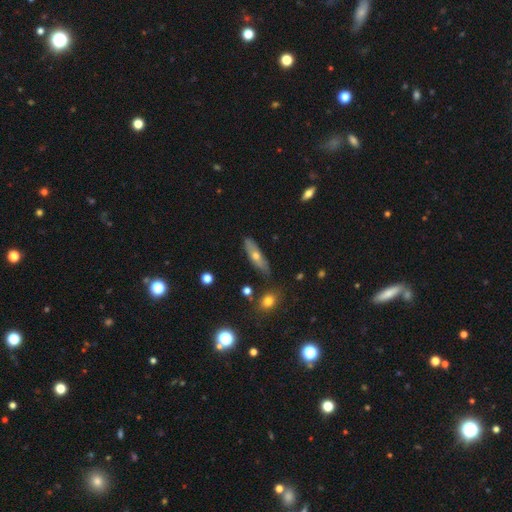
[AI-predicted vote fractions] smooth-or-featured: smooth: 47% | featured or disk: 44% | star or artifact: 9%
  merging: none: 80% | minor disturbance: 15% | major disturbance: 3% | merger: 2%